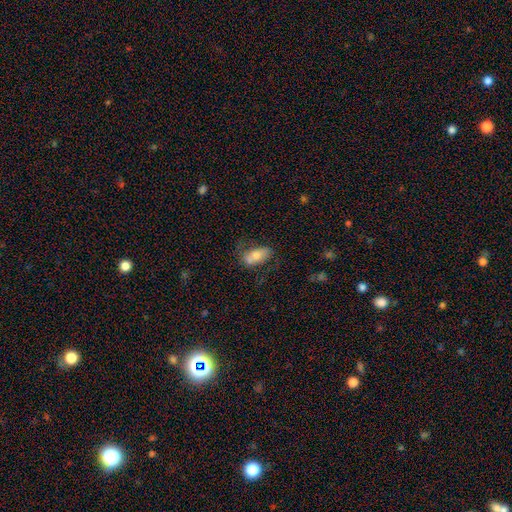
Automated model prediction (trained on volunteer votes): Q: Smooth or featured?
A: smooth (68%); runner-up: featured or disk (24%)
Q: How rounded?
A: in between (89%); runner-up: cigar-shaped (7%)
Q: Merging?
A: none (53%); runner-up: minor disturbance (24%)